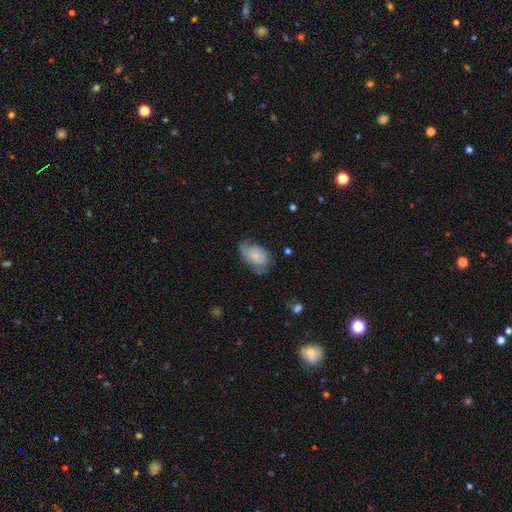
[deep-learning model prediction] This appears to be a smooth galaxy with no disk features (63%) that is in between round and cigar-shaped (89%). Merging: none (47%).